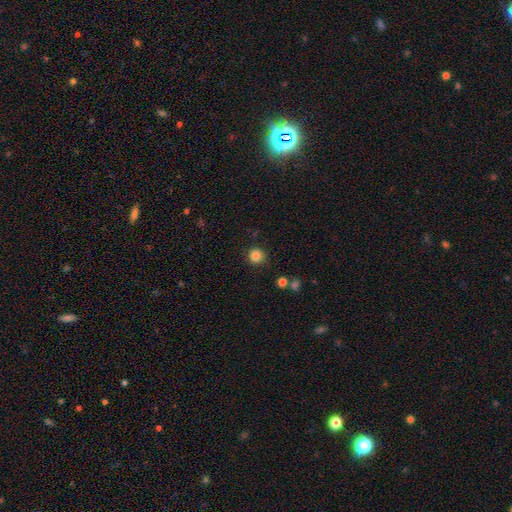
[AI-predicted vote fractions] A smooth galaxy with no disk features (85%) that is round (94%).

Vote fractions:
- Smooth or featured? smooth: 85% / star or artifact: 11% / featured or disk: 4%
- How rounded? round: 94% / in between: 5% / cigar-shaped: 1%
- Merging? none: 89% / minor disturbance: 7% / major disturbance: 2% / merger: 2%